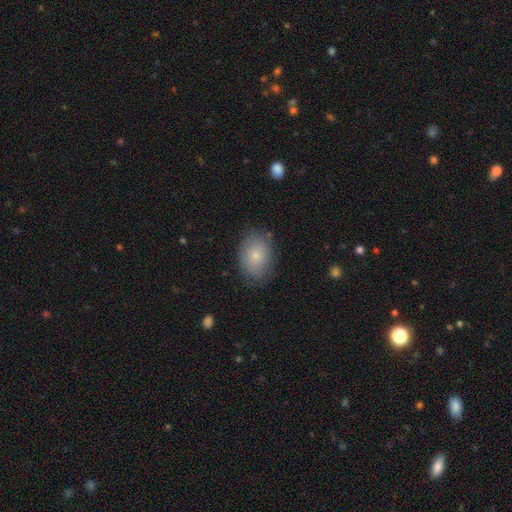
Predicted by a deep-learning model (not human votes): A smooth galaxy with no disk features (76%) that is in between round and cigar-shaped (79%). Merging: none (79%).